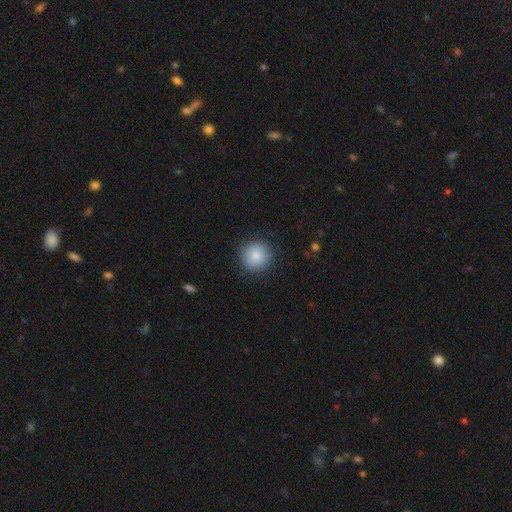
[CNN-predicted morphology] smooth-or-featured: smooth: 85% | star or artifact: 8% | featured or disk: 6%
  how-rounded: round: 94% | in between: 5% | cigar-shaped: 1%
  merging: none: 87% | minor disturbance: 9% | major disturbance: 3% | merger: 1%